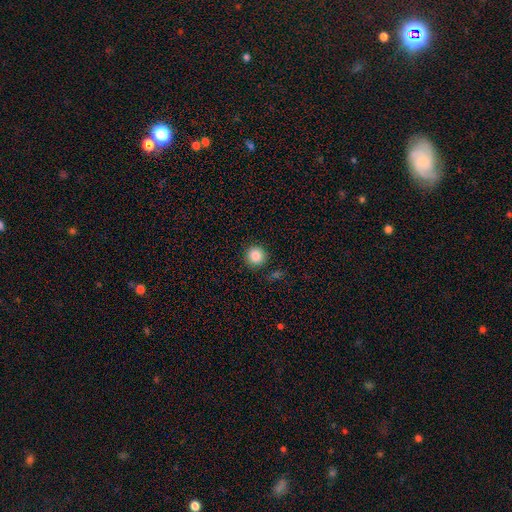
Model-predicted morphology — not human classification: A smooth galaxy with no disk features (86%) that is round (95%). Merging: none (90%).